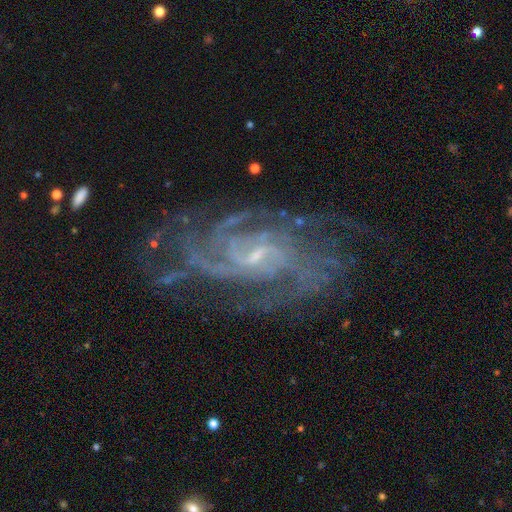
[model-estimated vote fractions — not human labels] Smooth or featured? featured or disk (90%)
Edge-on disk? no (97%)
Bar? no (44%)
Spiral arms? yes (98%)
Spiral winding? tight (57%)
Spiral arm count? 4 (21%, tied with can't tell)
Bulge size? small (78%)
Merging? none (74%)